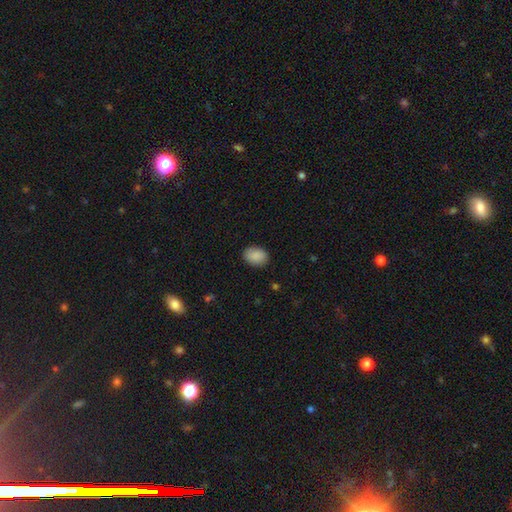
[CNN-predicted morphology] Smooth or featured? smooth (89%)
How rounded? in between (71%)
Merging? none (87%)